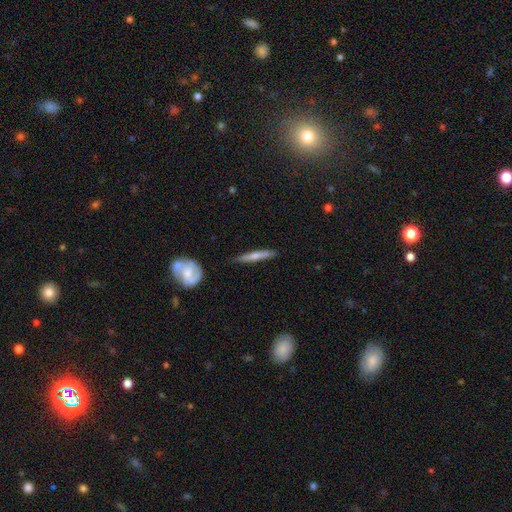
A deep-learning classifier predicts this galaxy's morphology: Q: Smooth or featured?
A: smooth (58%); runner-up: featured or disk (36%)
Q: How rounded?
A: cigar-shaped (93%); runner-up: in between (5%)
Q: Merging?
A: none (81%); runner-up: minor disturbance (14%)